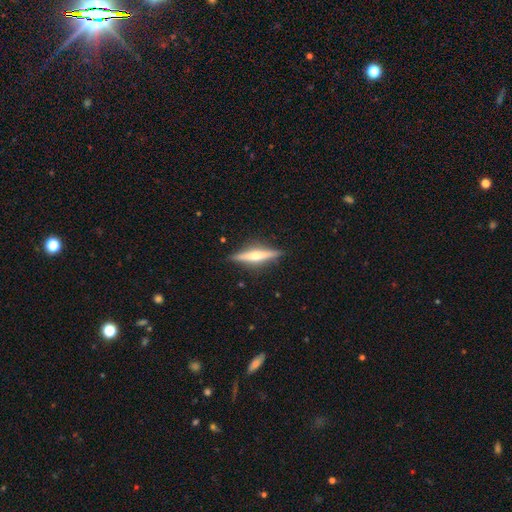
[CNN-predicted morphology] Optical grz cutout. It shows a featured or disk galaxy (63%) viewed edge-on (97%) with a rounded central bulge (82%). Merging: none (89%).